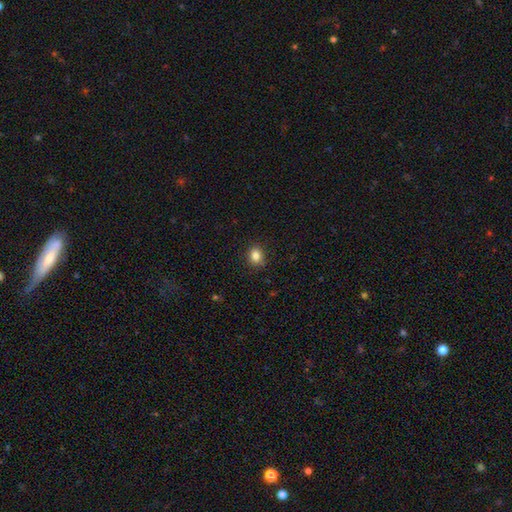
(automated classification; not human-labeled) Q: Smooth or featured?
A: smooth (84%); runner-up: star or artifact (11%)
Q: How rounded?
A: round (62%); runner-up: in between (37%)
Q: Merging?
A: none (87%); runner-up: minor disturbance (10%)